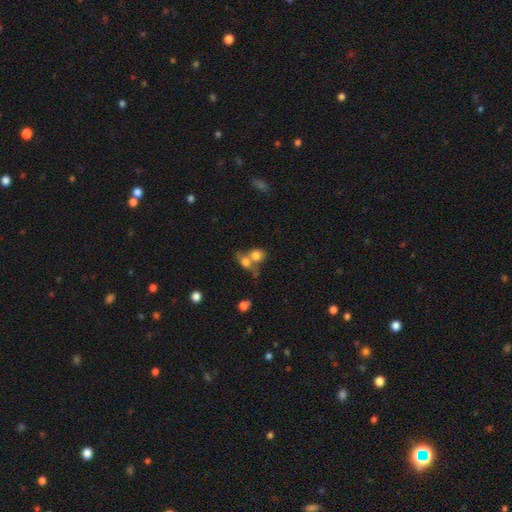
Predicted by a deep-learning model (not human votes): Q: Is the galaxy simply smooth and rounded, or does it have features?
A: smooth — 75%.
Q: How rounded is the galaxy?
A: round — 61%.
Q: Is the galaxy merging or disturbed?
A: merger — 62%.